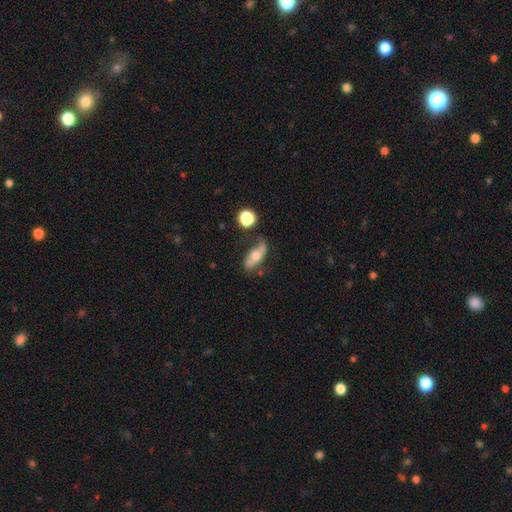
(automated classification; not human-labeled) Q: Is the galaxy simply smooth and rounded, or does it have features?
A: featured or disk — 47%.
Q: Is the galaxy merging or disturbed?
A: none — 59%.